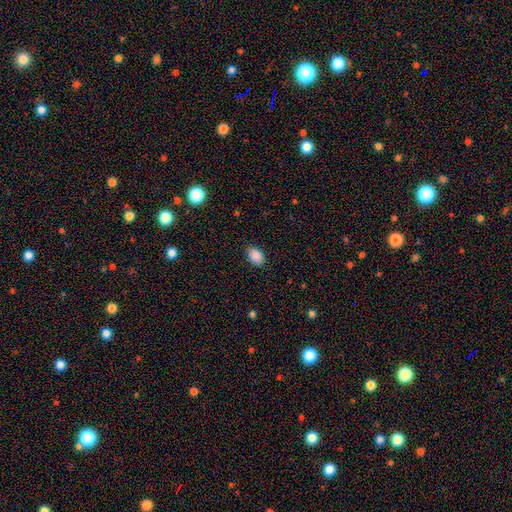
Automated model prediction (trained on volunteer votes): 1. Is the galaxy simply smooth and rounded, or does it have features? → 89% smooth, 8% star or artifact, 3% featured or disk.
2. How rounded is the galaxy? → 86% in between, 13% round, 1% cigar-shaped.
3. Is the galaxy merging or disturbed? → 85% none, 12% minor disturbance, 2% major disturbance, 1% merger.